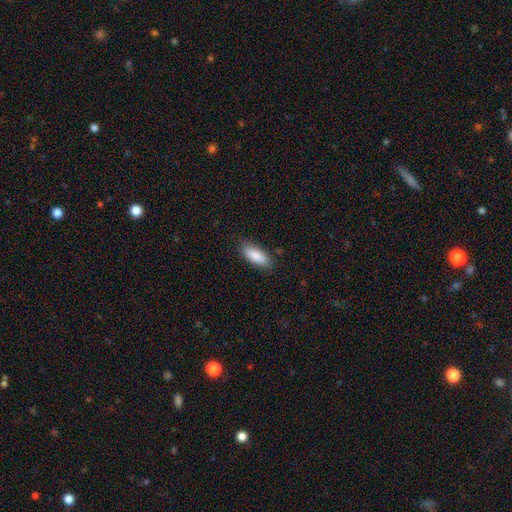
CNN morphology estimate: Overall: smooth (88%). How rounded: in between (76%). Merging: none (82%).